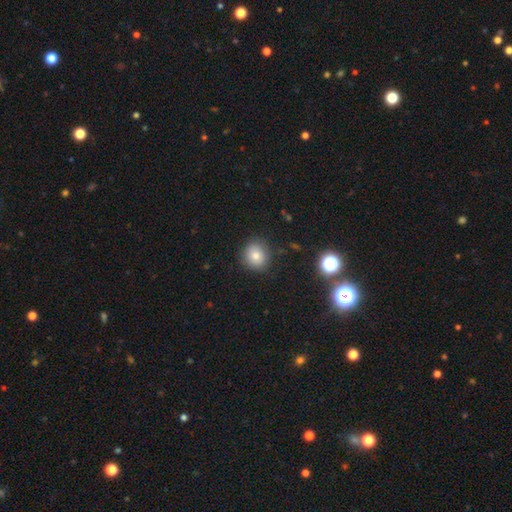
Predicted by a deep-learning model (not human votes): A smooth galaxy with no disk features (76%) that is round (85%).

Vote fractions:
- Smooth or featured? smooth: 76% / star or artifact: 13% / featured or disk: 11%
- How rounded? round: 85% / in between: 14% / cigar-shaped: 1%
- Merging? none: 87% / minor disturbance: 9% / major disturbance: 3% / merger: 1%